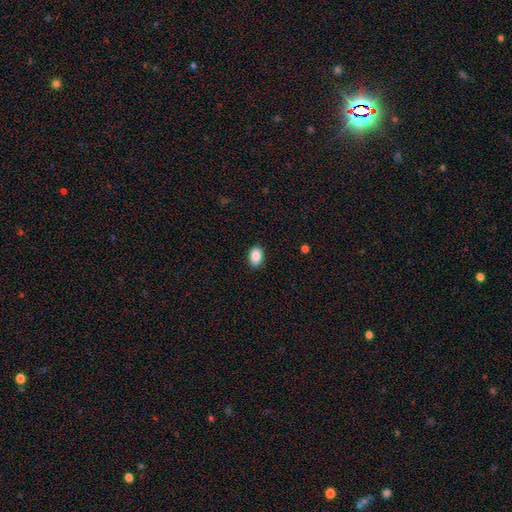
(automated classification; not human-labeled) Smooth or featured? Predicted: smooth (p=0.87). How rounded? Predicted: in between (p=0.84). Merging? Predicted: none (p=0.88).